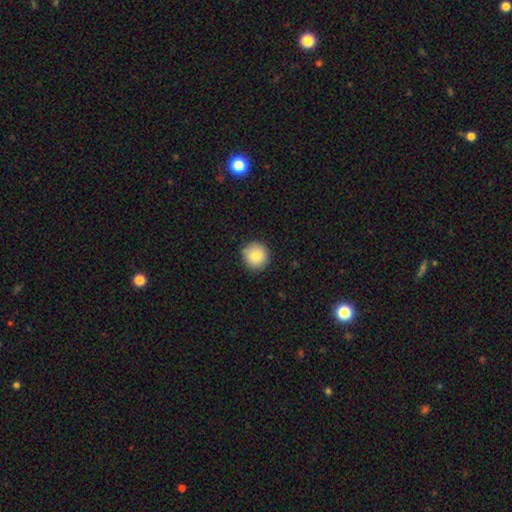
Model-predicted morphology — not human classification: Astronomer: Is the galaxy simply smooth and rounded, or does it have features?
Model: smooth — 84%.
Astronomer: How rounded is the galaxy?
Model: round — 94%.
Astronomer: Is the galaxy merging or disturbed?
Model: none — 89%.